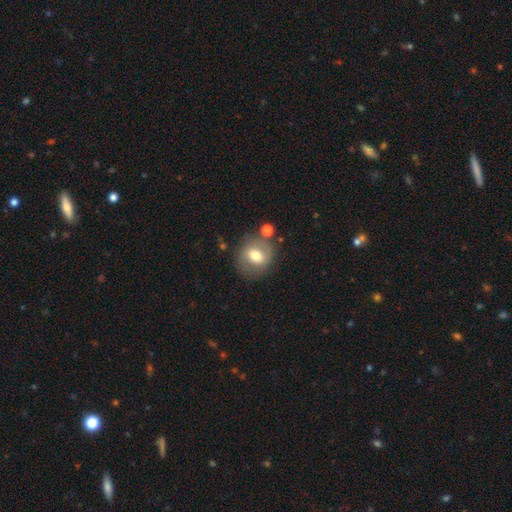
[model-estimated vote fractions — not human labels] This is likely a smooth galaxy (61%). How rounded: likely round (72%). Merging: likely none (72%).